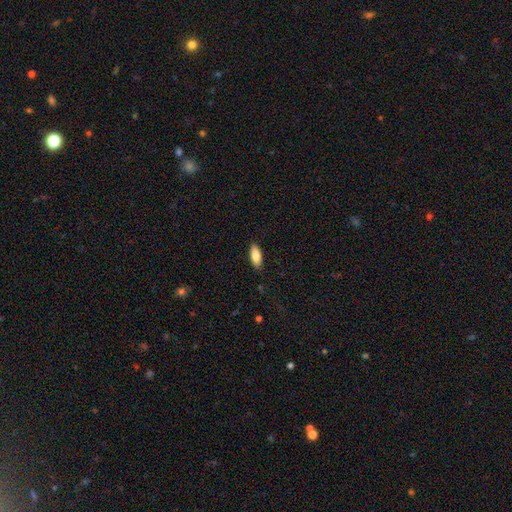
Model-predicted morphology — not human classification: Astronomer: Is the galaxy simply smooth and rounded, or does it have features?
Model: smooth — 84%.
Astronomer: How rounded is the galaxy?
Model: in between — 81%.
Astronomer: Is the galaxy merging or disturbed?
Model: none — 88%.